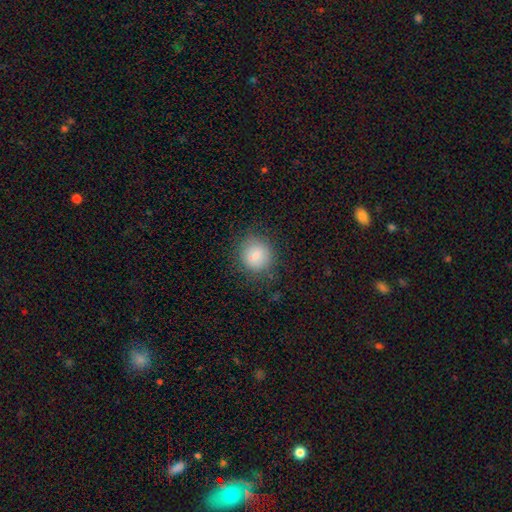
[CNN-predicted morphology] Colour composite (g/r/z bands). It shows a smooth galaxy with no disk features (80%) that is round (86%). Merging: none (77%).